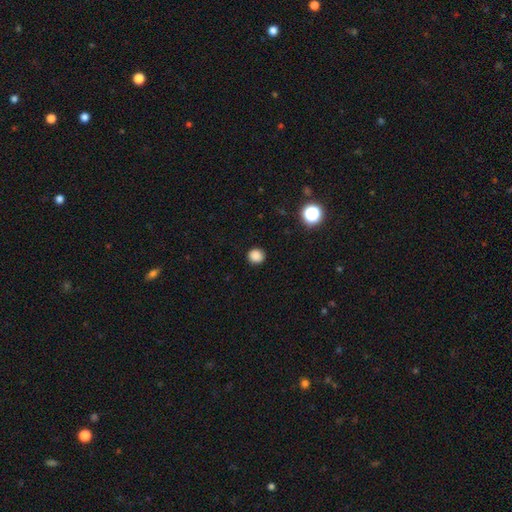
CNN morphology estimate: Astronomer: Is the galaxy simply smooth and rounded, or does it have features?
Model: smooth — 85%.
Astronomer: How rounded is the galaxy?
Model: round — 91%.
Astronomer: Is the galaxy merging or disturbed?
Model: none — 91%.